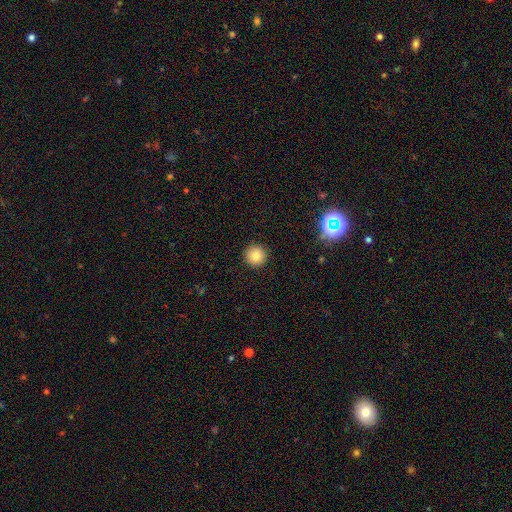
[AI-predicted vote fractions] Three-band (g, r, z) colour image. It shows a smooth galaxy with no disk features (81%) that is round (96%). Merging: none (92%).